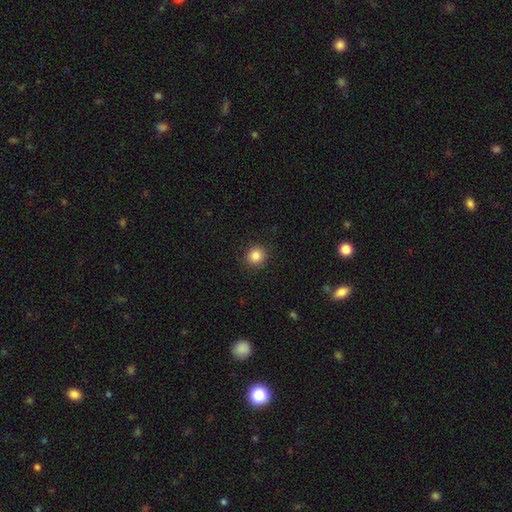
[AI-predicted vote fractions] smooth-or-featured: smooth: 85% | star or artifact: 10% | featured or disk: 4%
  how-rounded: round: 92% | in between: 7% | cigar-shaped: 1%
  merging: none: 91% | minor disturbance: 6% | major disturbance: 2% | merger: 1%